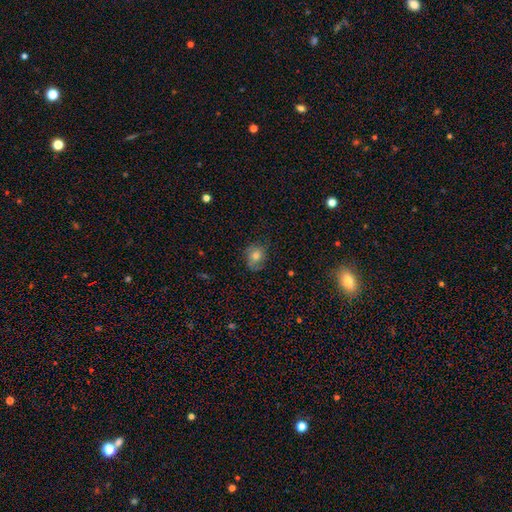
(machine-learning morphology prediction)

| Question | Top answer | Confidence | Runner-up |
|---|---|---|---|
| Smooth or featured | smooth | 68% | featured or disk (19%) |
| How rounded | round | 66% | in between (33%) |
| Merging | none | 69% | minor disturbance (22%) |